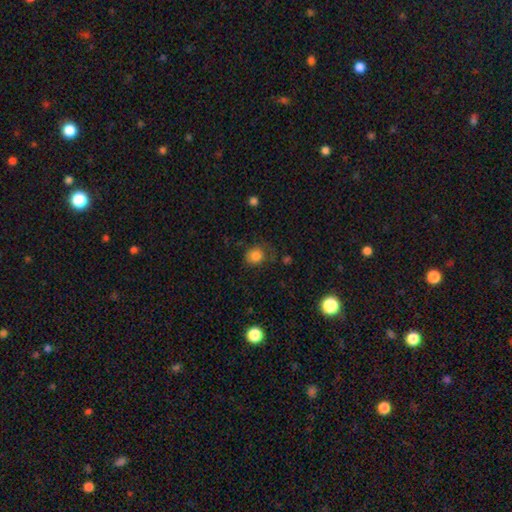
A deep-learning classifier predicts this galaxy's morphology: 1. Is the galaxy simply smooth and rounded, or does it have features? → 83% smooth, 11% star or artifact, 6% featured or disk.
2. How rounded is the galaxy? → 74% round, 25% in between, 1% cigar-shaped.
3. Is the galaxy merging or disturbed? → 62% none, 24% minor disturbance, 12% major disturbance, 2% merger.